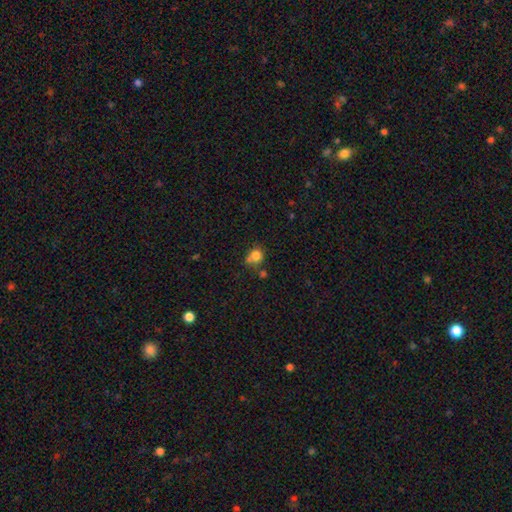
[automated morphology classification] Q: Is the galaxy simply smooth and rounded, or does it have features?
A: smooth — 80%.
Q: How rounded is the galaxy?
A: round — 77%.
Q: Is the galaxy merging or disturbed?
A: none — 52%.